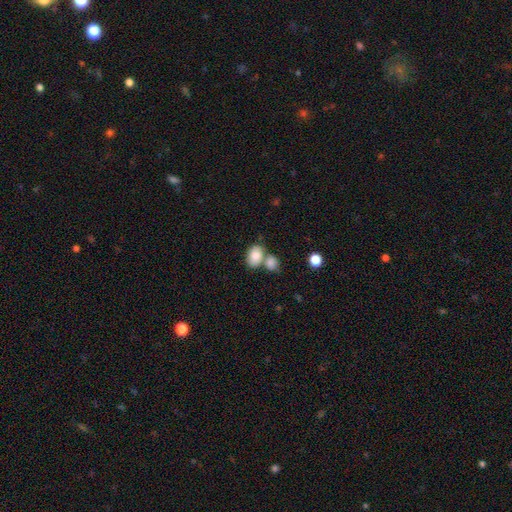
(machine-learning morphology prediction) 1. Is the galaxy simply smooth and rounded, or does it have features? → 83% smooth, 10% featured or disk, 7% star or artifact.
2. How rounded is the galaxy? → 77% in between, 21% round, 1% cigar-shaped.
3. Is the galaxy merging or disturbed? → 45% none, 40% merger, 11% minor disturbance, 4% major disturbance.